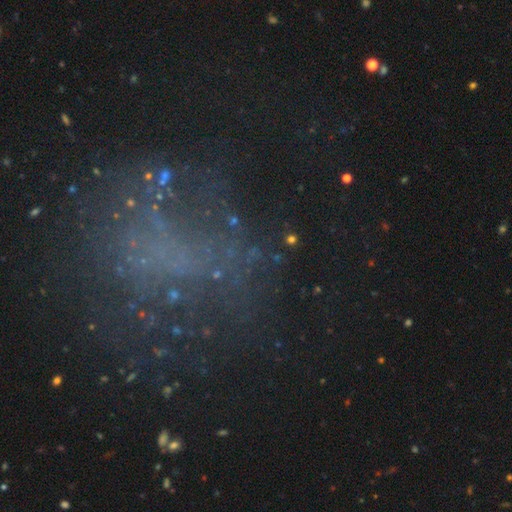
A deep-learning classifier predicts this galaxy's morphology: A star or artifact, not a galaxy (45%).